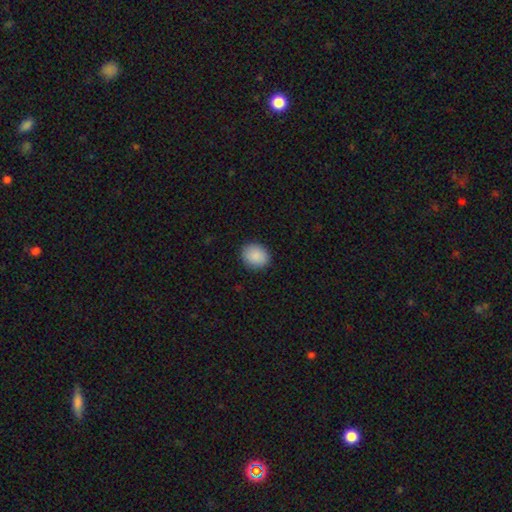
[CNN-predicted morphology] type=smooth (90%); roundness=round (58%); merging=none (89%).